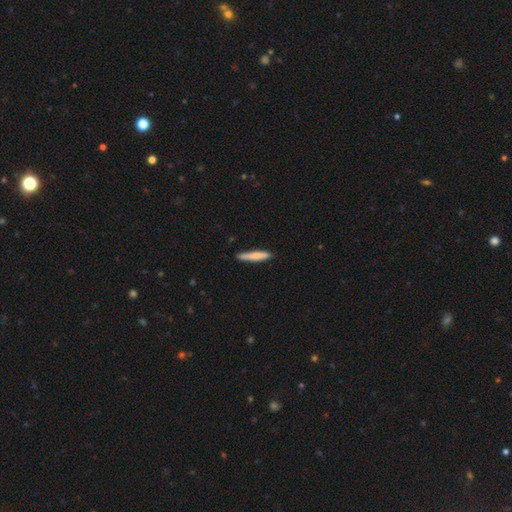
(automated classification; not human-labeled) This appears to be a smooth galaxy with no disk features (76%) that is cigar-shaped (92%). Merging: none (85%).